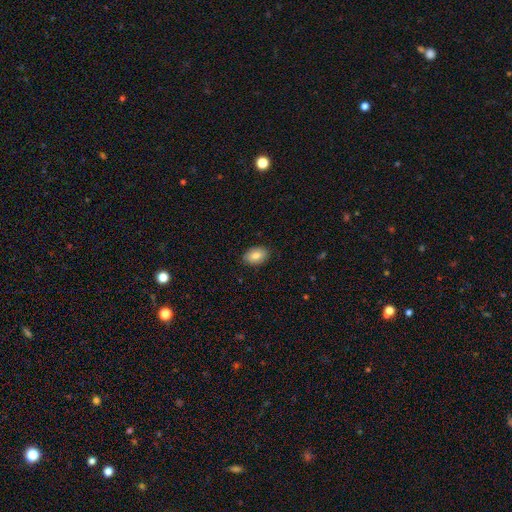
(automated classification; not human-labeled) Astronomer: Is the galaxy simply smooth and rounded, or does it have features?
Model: smooth — 83%.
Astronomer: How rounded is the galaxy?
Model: in between — 88%.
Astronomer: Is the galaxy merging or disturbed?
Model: none — 87%.